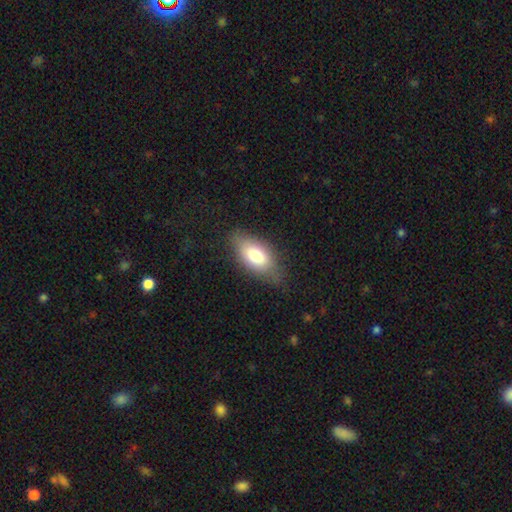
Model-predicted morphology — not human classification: Smooth or featured: smooth — 76% (featured or disk — 16%)
How rounded: in between — 89% (cigar-shaped — 6%)
Merging: none — 71% (minor disturbance — 22%)